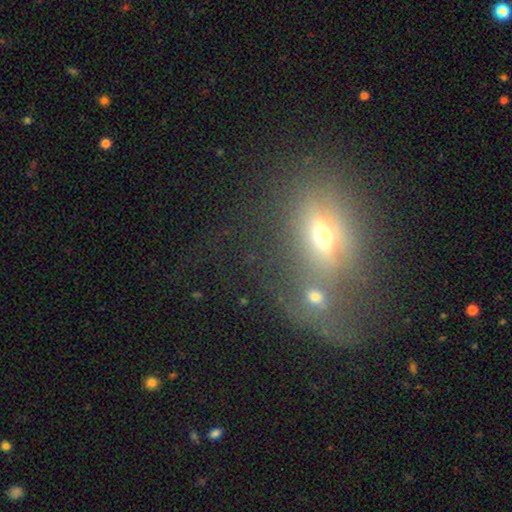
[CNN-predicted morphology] Overall: smooth (49%; featured or disk 28%). Merging: merger (46%; none 28%).